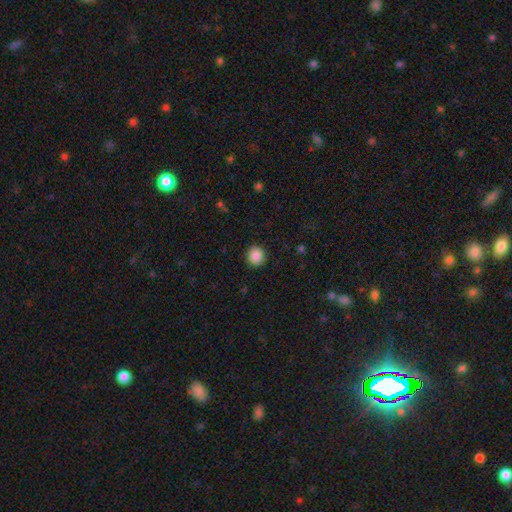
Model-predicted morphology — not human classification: type=smooth (88%); roundness=round (89%); merging=none (91%).